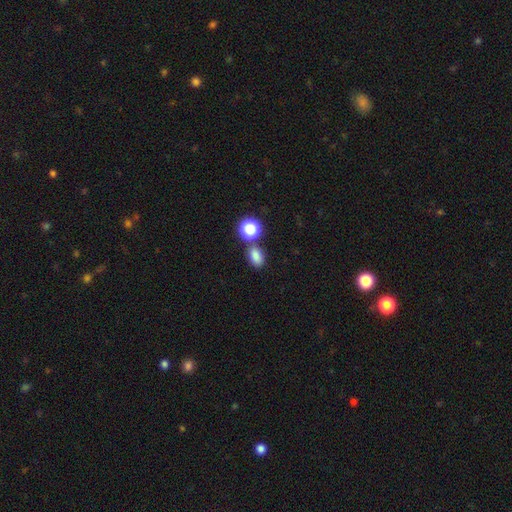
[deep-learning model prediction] smooth_or_featured: smooth (p=0.79) [alt: star or artifact p=0.16]
how_rounded: in between (p=0.74) [alt: round p=0.24]
merging: none (p=0.70) [alt: merger p=0.15]